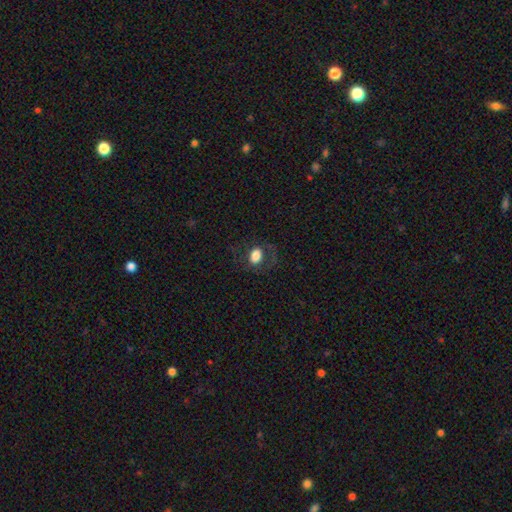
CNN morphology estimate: smooth-or-featured: smooth: 75% | featured or disk: 15% | star or artifact: 10%
  how-rounded: in between: 73% | round: 25% | cigar-shaped: 2%
  merging: none: 70% | minor disturbance: 16% | major disturbance: 13% | merger: 1%